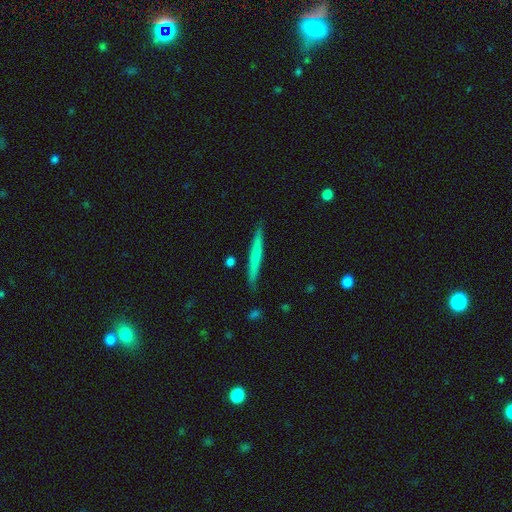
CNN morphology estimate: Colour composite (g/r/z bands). It shows a smooth galaxy with no disk features (58%) that is cigar-shaped (96%). Merging: none (88%).